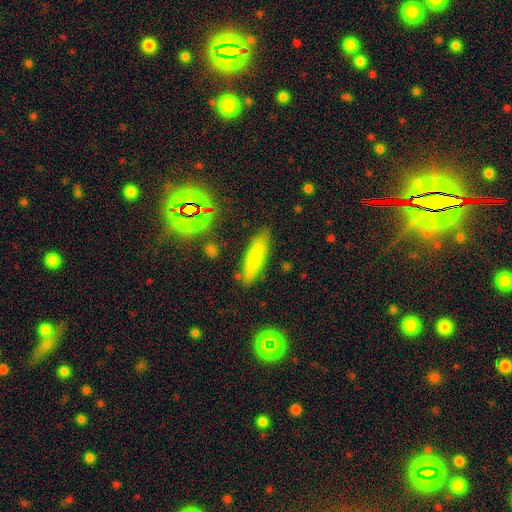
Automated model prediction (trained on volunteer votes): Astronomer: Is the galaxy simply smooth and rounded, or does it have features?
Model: smooth — 75%.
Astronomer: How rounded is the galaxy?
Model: cigar-shaped — 73%.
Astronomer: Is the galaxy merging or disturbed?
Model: none — 83%.